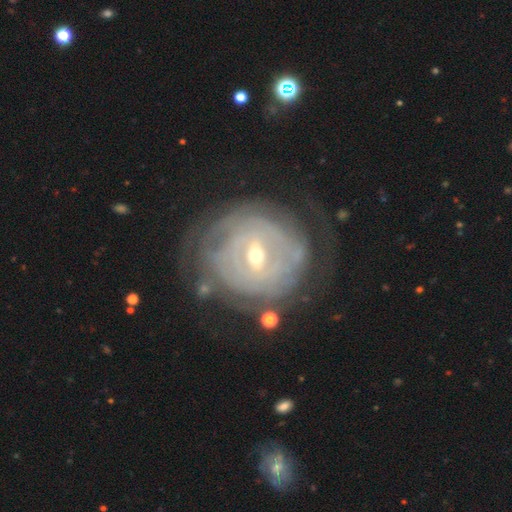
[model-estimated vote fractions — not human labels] Q: Smooth or featured?
A: featured or disk (83%); runner-up: smooth (11%)
Q: Edge-on disk?
A: no (97%); runner-up: yes (3%)
Q: Bar?
A: weak (51%); runner-up: strong (25%)
Q: Spiral arms?
A: yes (84%); runner-up: no (16%)
Q: Spiral winding?
A: tight (81%); runner-up: medium (14%)
Q: Spiral arm count?
A: can't tell (55%); runner-up: 2 (13%)
Q: Bulge size?
A: small (58%); runner-up: moderate (39%)
Q: Merging?
A: none (73%); runner-up: minor disturbance (16%)